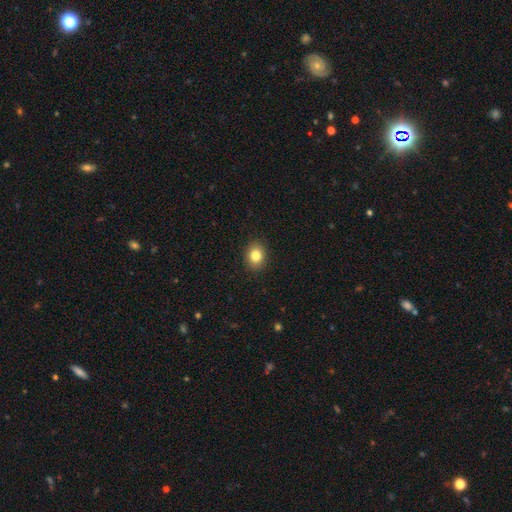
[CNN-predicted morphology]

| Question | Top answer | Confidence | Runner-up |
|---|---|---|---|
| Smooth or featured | smooth | 83% | star or artifact (10%) |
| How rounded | round | 57% | in between (42%) |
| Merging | none | 90% | minor disturbance (7%) |